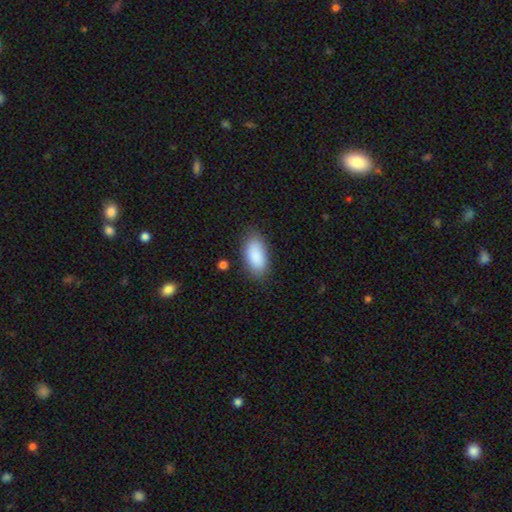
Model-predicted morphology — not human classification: Smooth or featured?
  - smooth: 88% *
  - star or artifact: 6%
  - featured or disk: 6%
How rounded?
  - in between: 92% *
  - cigar-shaped: 5%
  - round: 3%
Merging?
  - none: 80% *
  - minor disturbance: 14%
  - major disturbance: 4%
  - merger: 2%